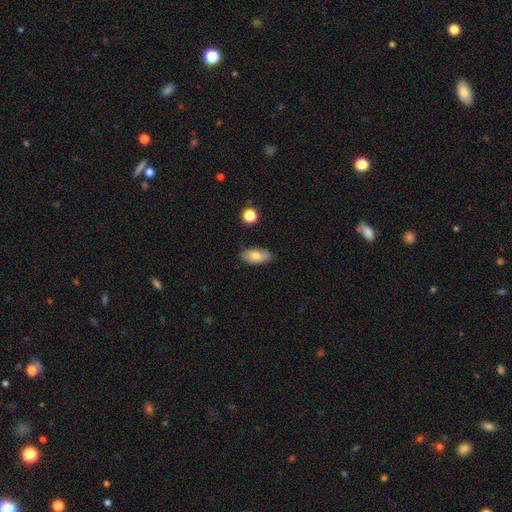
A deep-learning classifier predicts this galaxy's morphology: This appears to be a smooth galaxy with no disk features (77%) that is in between round and cigar-shaped (91%). Merging: none (81%).